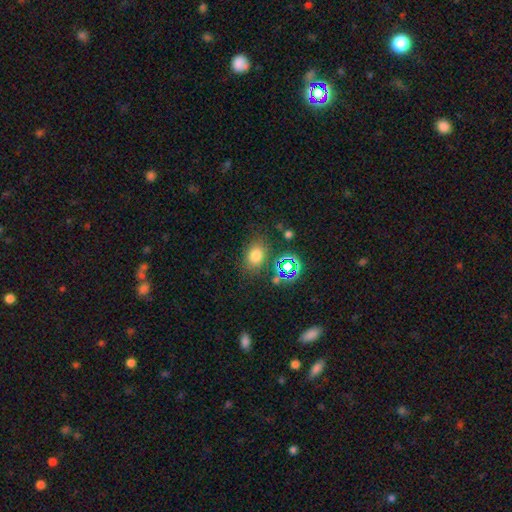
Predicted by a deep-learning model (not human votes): A smooth galaxy with no disk features (71%) that is in between round and cigar-shaped (61%).

Vote fractions:
- Smooth or featured? smooth: 71% / star or artifact: 20% / featured or disk: 9%
- How rounded? in between: 61% / round: 38% / cigar-shaped: 1%
- Merging? none: 76% / minor disturbance: 13% / merger: 6% / major disturbance: 5%